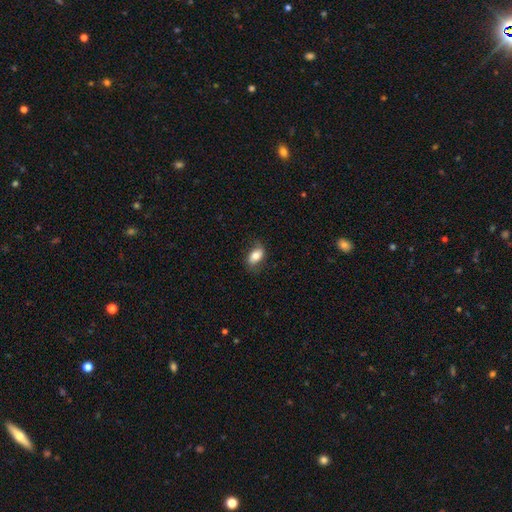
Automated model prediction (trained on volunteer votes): The model was most divided on "smooth or featured": smooth: 73%, featured or disk: 19%, star or artifact: 7%. More confident: how rounded — in between (88%); merging — none (74%).